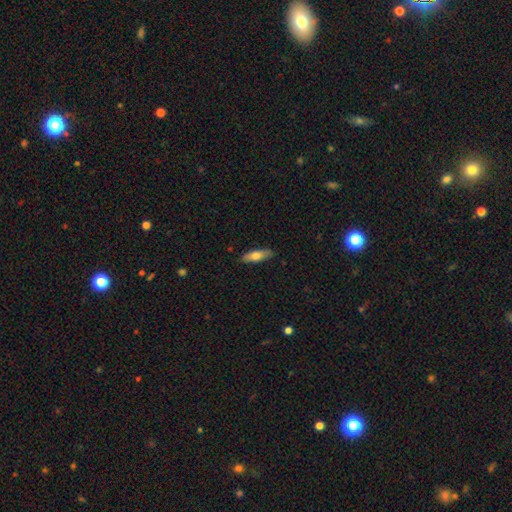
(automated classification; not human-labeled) Overall: smooth (71%). How rounded: cigar-shaped (50%; in between 48%). Merging: none (86%).